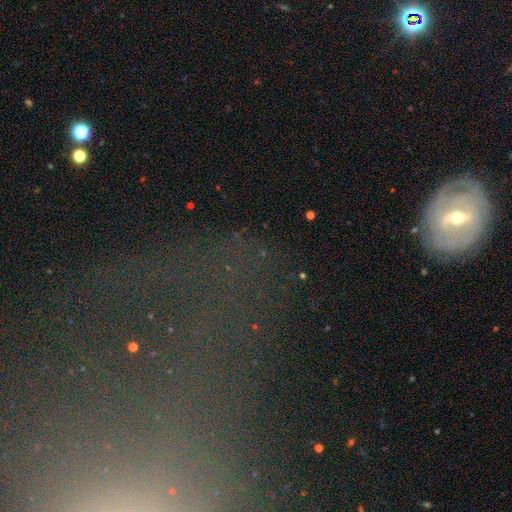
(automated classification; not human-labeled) smooth_or_featured: star or artifact (p=0.45) [alt: featured or disk p=0.32]